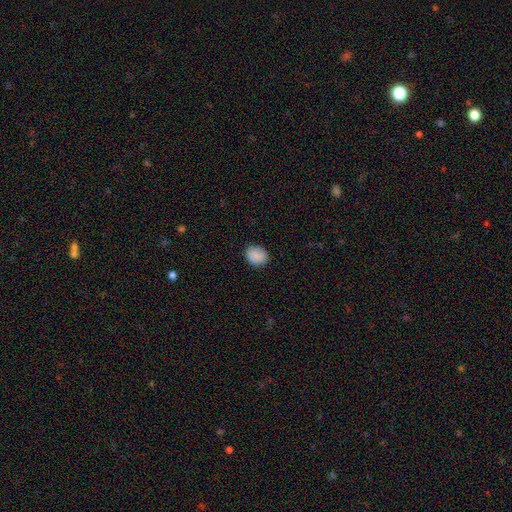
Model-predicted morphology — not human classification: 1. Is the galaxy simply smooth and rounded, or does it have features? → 87% smooth, 8% star or artifact, 5% featured or disk.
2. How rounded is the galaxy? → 60% round, 39% in between, 1% cigar-shaped.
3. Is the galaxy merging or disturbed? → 87% none, 10% minor disturbance, 2% major disturbance, 1% merger.